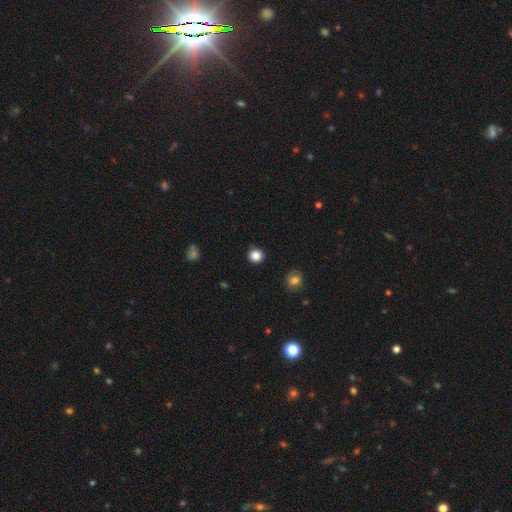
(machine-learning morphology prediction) Smooth or featured? smooth (85%)
How rounded? round (93%)
Merging? none (90%)